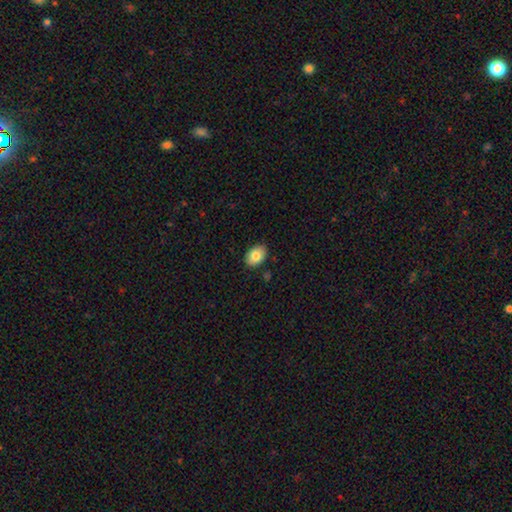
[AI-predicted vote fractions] The model was most divided on "how rounded": in between: 84%, round: 15%, cigar-shaped: 1%. More confident: merging — none (87%); smooth or featured — smooth (83%).